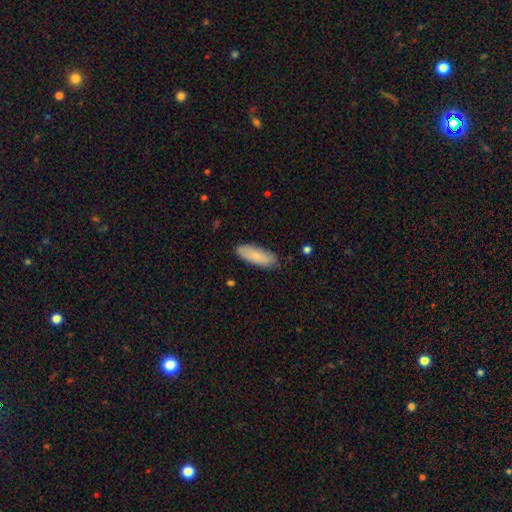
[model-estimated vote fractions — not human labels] Smooth or featured? smooth (84%)
How rounded? in between (66%)
Merging? none (82%)